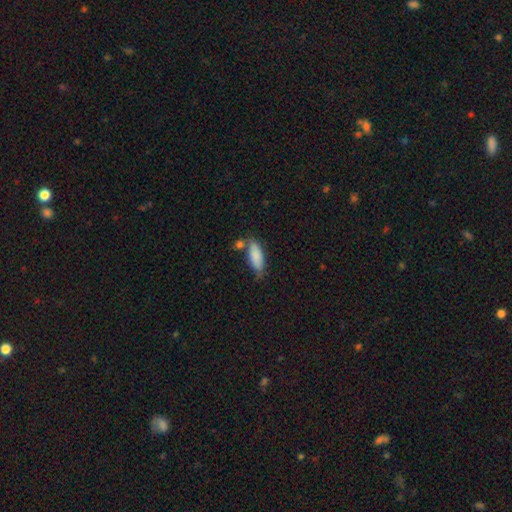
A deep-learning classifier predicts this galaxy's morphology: The model was most divided on "merging": none: 56%, minor disturbance: 22%, merger: 15%, major disturbance: 6%. More confident: smooth or featured — smooth (85%); how rounded — in between (74%).